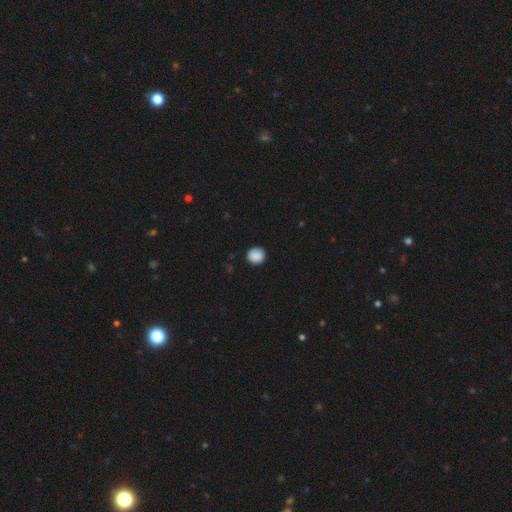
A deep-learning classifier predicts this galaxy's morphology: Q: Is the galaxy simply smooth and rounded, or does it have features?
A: smooth — 89%.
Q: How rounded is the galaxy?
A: round — 89%.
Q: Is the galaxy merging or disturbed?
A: none — 90%.